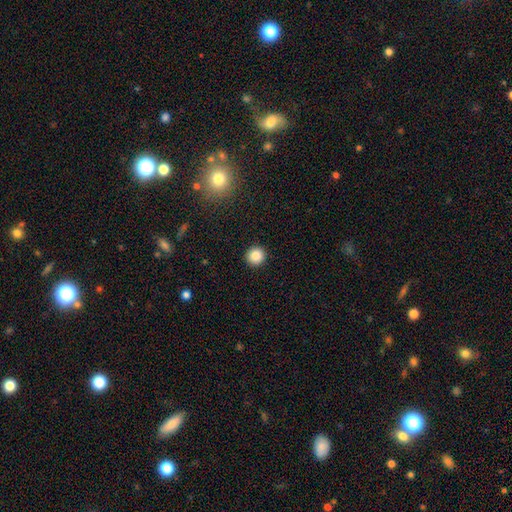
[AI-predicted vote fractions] Morphology: type=smooth (87%); roundness=round (94%); merging=none (93%).